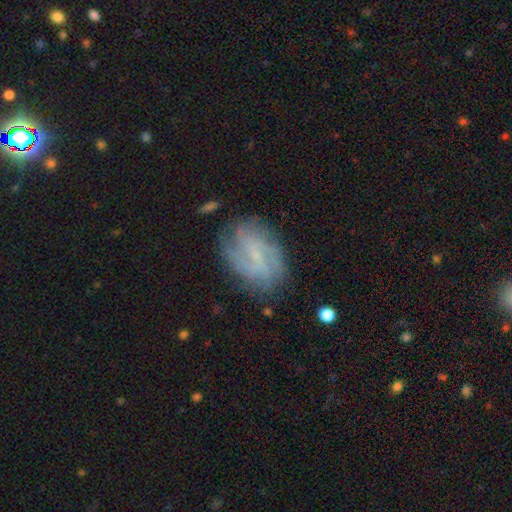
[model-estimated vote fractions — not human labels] Smooth or featured? Predicted: featured or disk (p=0.68). Edge-on disk? Predicted: no (p=0.96). Bar? Predicted: weak (p=0.51). Spiral arms? Predicted: yes (p=0.86). Spiral winding? Predicted: tight (p=0.44). Spiral arm count? Predicted: can't tell (p=0.46). Bulge size? Predicted: small (p=0.60). Merging? Predicted: none (p=0.71).